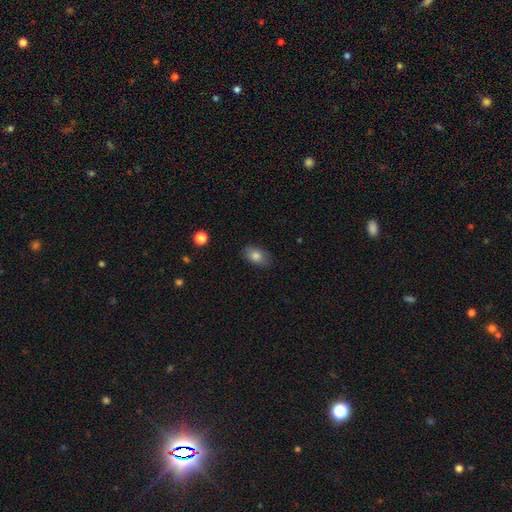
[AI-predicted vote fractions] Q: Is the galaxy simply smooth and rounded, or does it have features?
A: smooth — 80%.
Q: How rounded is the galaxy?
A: in between — 87%.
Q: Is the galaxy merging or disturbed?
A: none — 84%.